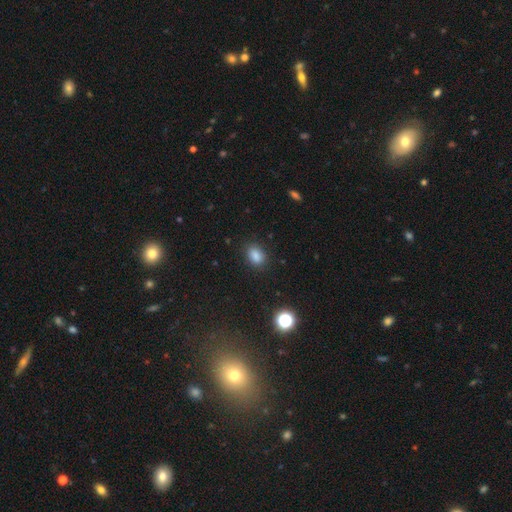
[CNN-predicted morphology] Smooth or featured?
  - smooth: 84% *
  - star or artifact: 12%
  - featured or disk: 4%
How rounded?
  - in between: 76% *
  - round: 22%
  - cigar-shaped: 1%
Merging?
  - none: 85% *
  - minor disturbance: 11%
  - major disturbance: 3%
  - merger: 1%